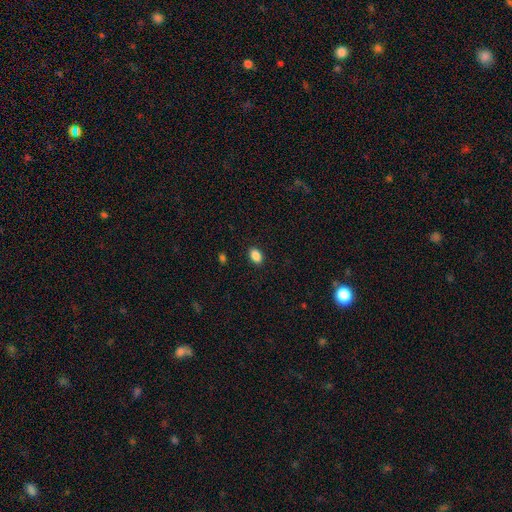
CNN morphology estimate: Q: Smooth or featured?
A: smooth (88%); runner-up: star or artifact (9%)
Q: How rounded?
A: in between (85%); runner-up: round (14%)
Q: Merging?
A: none (89%); runner-up: minor disturbance (8%)